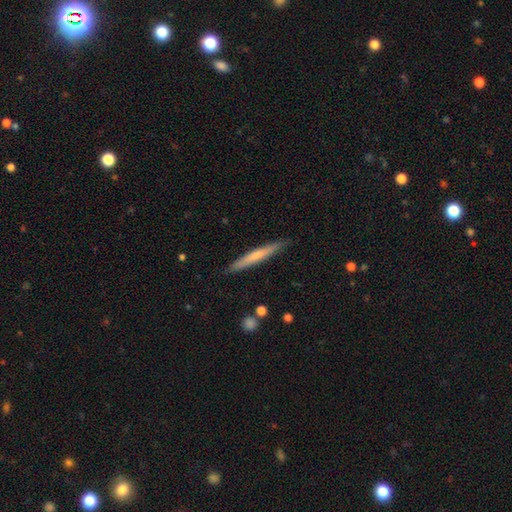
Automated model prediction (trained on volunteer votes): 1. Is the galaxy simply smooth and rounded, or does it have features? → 59% smooth, 36% featured or disk, 5% star or artifact.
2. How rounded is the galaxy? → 96% cigar-shaped, 3% in between, 1% round.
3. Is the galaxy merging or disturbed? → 89% none, 8% minor disturbance, 2% major disturbance, 1% merger.